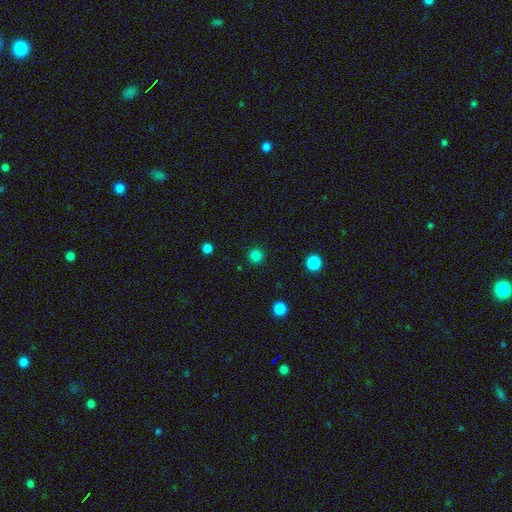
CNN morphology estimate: Overall: smooth (83%). How rounded: round (95%). Merging: none (91%).